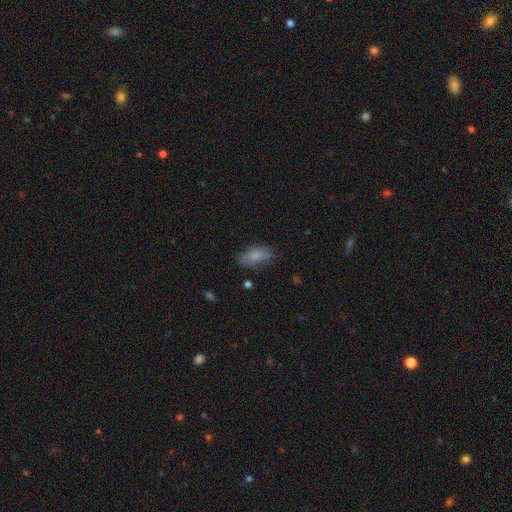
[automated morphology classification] Q: Smooth or featured?
A: smooth (78%); runner-up: featured or disk (13%)
Q: How rounded?
A: in between (87%); runner-up: cigar-shaped (10%)
Q: Merging?
A: none (68%); runner-up: minor disturbance (23%)